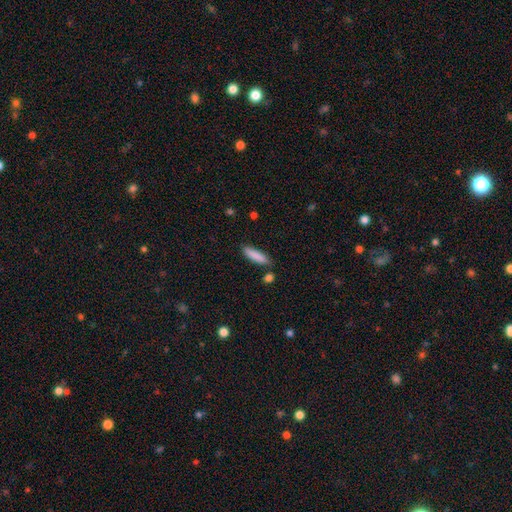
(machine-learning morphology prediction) Smooth or featured?
  - smooth: 86% *
  - featured or disk: 7%
  - star or artifact: 6%
How rounded?
  - cigar-shaped: 68% *
  - in between: 31%
  - round: 2%
Merging?
  - none: 80% *
  - minor disturbance: 13%
  - merger: 5%
  - major disturbance: 3%